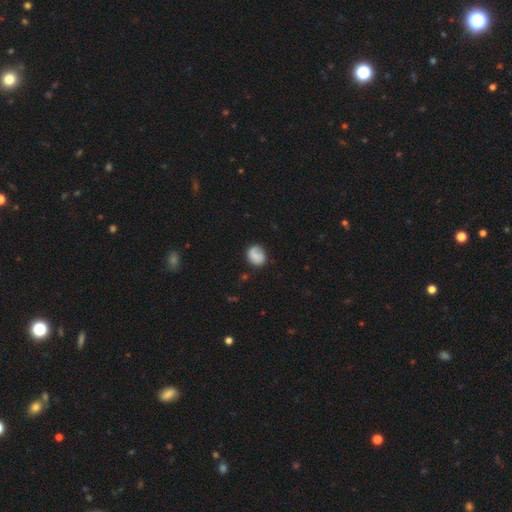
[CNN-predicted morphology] Smooth or featured?
  - smooth: 69% *
  - featured or disk: 23%
  - star or artifact: 8%
How rounded?
  - round: 63% *
  - in between: 36%
  - cigar-shaped: 1%
Merging?
  - none: 71% *
  - minor disturbance: 21%
  - major disturbance: 6%
  - merger: 2%